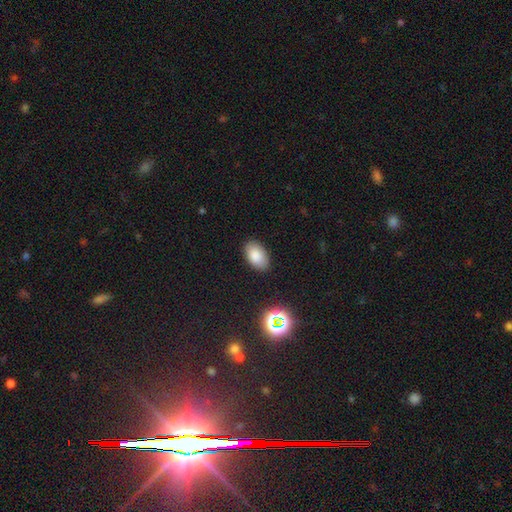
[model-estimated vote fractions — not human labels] smooth-or-featured: smooth: 85% | star or artifact: 9% | featured or disk: 6%
  how-rounded: in between: 93% | round: 6% | cigar-shaped: 1%
  merging: none: 87% | minor disturbance: 10% | major disturbance: 2% | merger: 1%